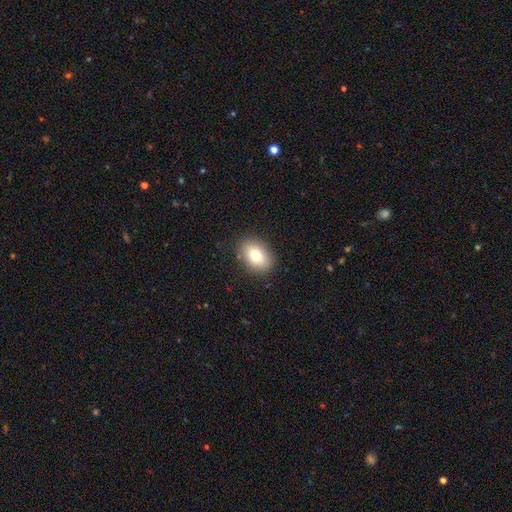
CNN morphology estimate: Smooth or featured: smooth — 78% (featured or disk — 13%)
How rounded: in between — 79% (round — 20%)
Merging: none — 87% (minor disturbance — 9%)